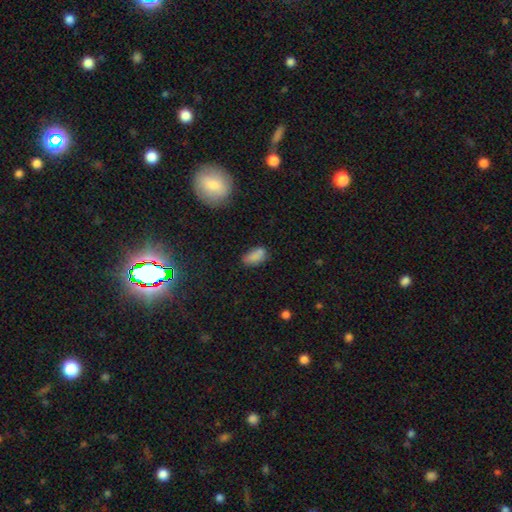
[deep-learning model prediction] Morphology: type=smooth (82%); roundness=in between (90%); merging=none (63%).